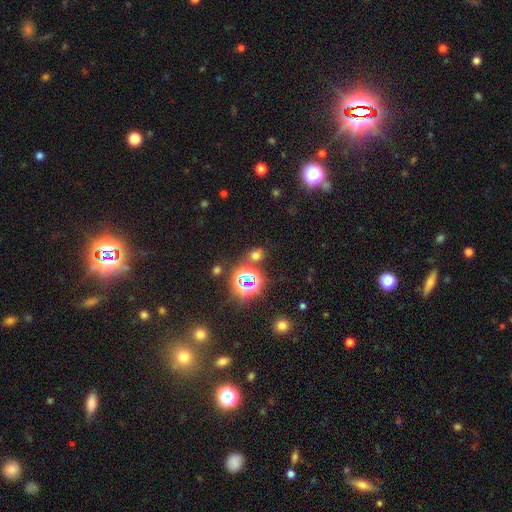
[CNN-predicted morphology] Smooth or featured? smooth (50%)
Merging? none (77%)